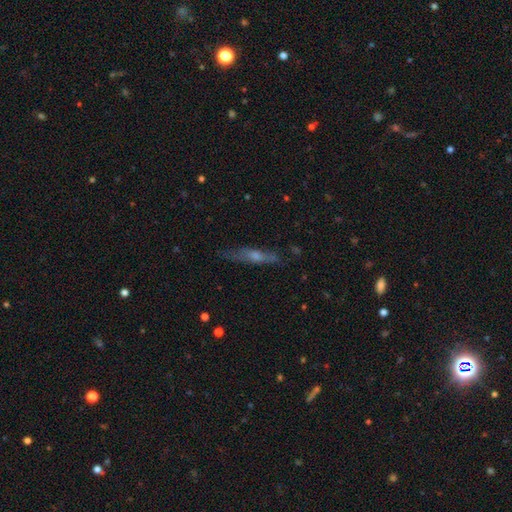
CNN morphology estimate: A featured or disk galaxy (55%) viewed edge-on (85%). Merging: none (76%).